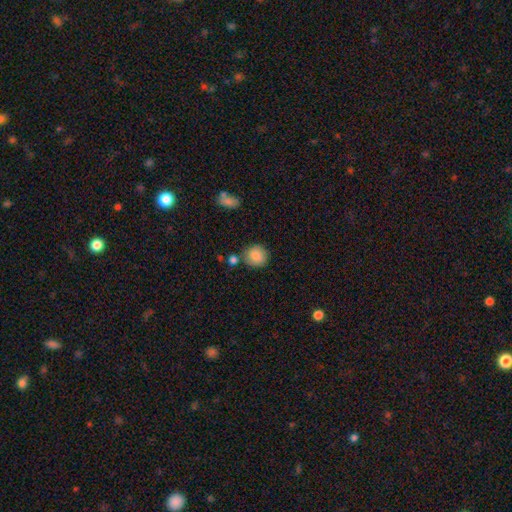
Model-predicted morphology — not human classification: Overall: smooth (86%). How rounded: round (86%). Merging: none (74%).